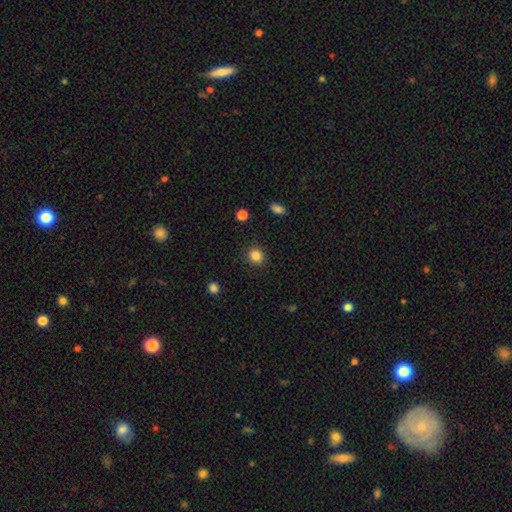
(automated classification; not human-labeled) A smooth galaxy with no disk features (84%) that is round (86%).

Vote fractions:
- Smooth or featured? smooth: 84% / star or artifact: 11% / featured or disk: 4%
- How rounded? round: 86% / in between: 13% / cigar-shaped: 1%
- Merging? none: 90% / minor disturbance: 6% / major disturbance: 2% / merger: 1%